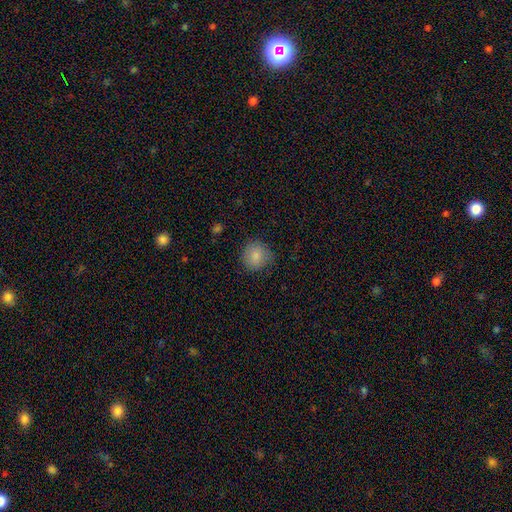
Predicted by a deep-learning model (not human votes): Morphology: type=smooth (85%); roundness=round (87%); merging=none (79%).